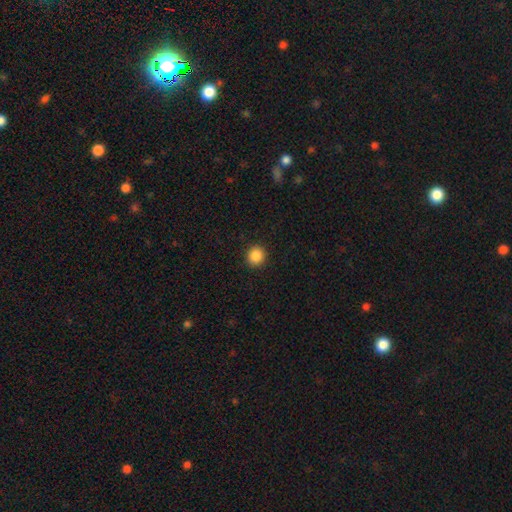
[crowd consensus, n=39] Smooth or featured: smooth — 95% (star or artifact — 5%)
How rounded: round — 92% (in between — 8%)
Merging: none — 92% (minor disturbance — 8%)